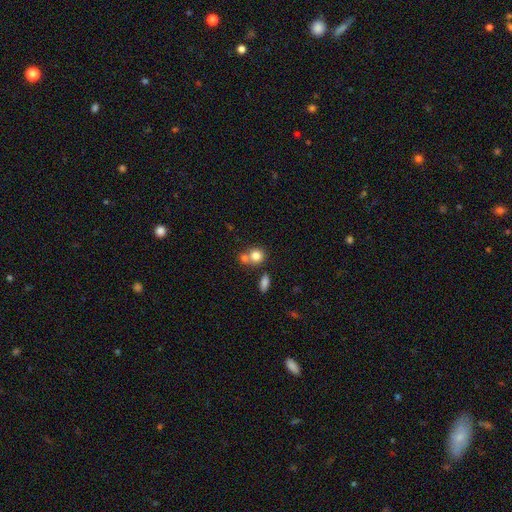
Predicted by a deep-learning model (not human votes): Morphology: type=smooth (80%); roundness=round (78%); merging=none (46%).